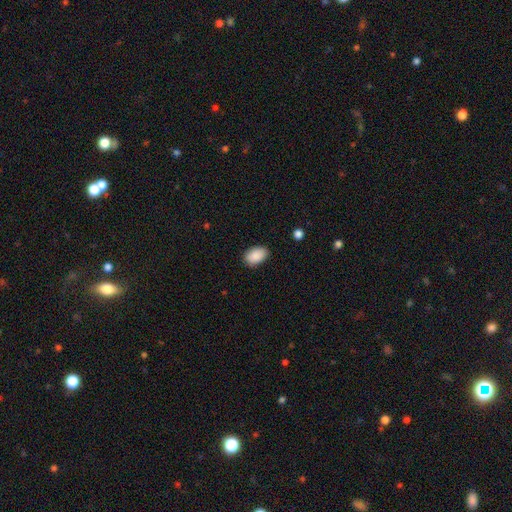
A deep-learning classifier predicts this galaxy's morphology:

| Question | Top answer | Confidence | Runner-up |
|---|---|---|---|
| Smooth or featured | smooth | 89% | star or artifact (7%) |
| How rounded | in between | 90% | round (9%) |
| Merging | none | 85% | minor disturbance (12%) |